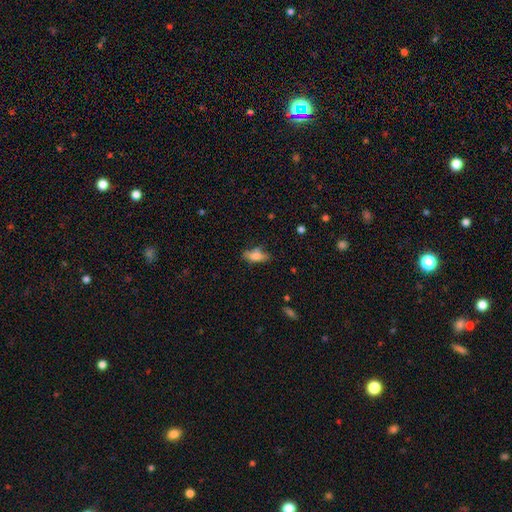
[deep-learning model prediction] A smooth galaxy with no disk features (72%) that is in between round and cigar-shaped (74%). Merging: none (61%).